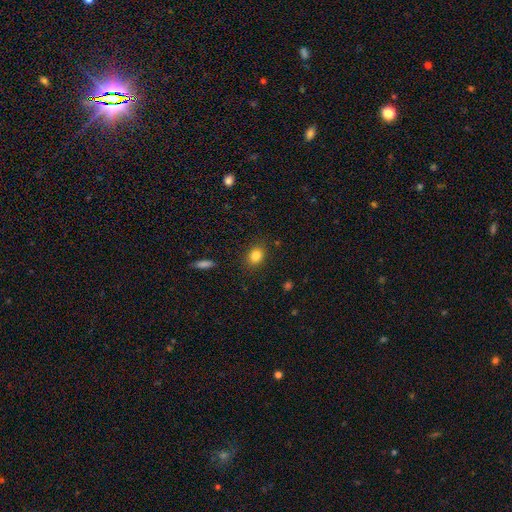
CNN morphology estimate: smooth_or_featured: smooth (p=0.83) [alt: star or artifact p=0.11]
how_rounded: in between (p=0.53) [alt: round p=0.46]
merging: none (p=0.87) [alt: minor disturbance p=0.09]